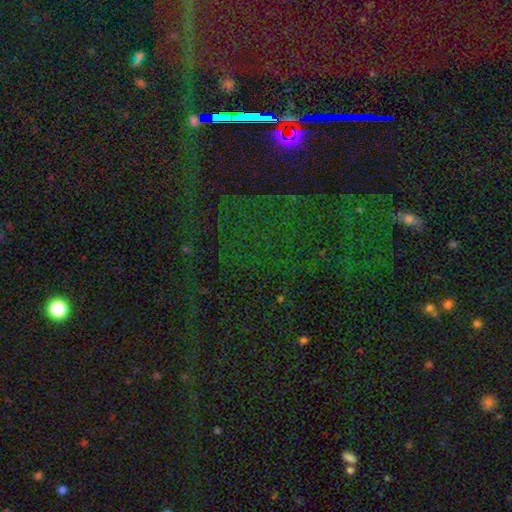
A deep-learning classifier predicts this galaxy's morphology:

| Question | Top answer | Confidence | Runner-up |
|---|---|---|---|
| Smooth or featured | star or artifact | 83% | smooth (9%) |